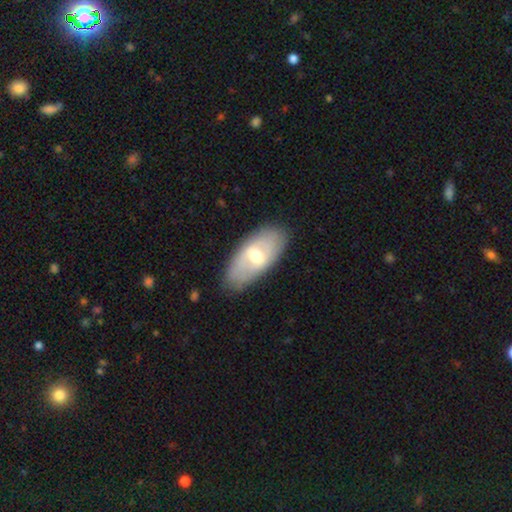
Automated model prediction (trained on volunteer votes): This appears to be a featured or disk galaxy (52%). Merging: none (83%).